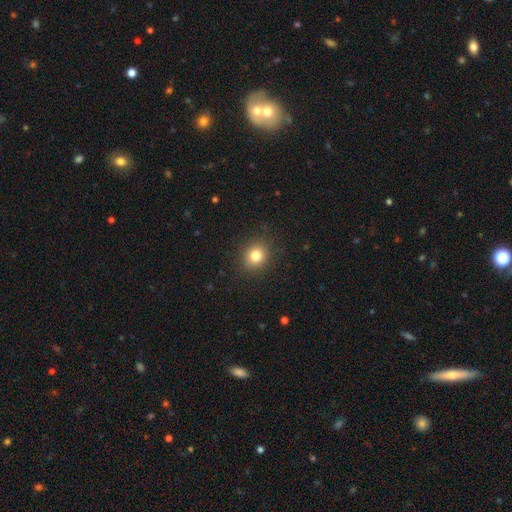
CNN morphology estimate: The model was most divided on "how rounded": round: 79%, in between: 21%, cigar-shaped: 1%. More confident: merging — none (90%); smooth or featured — smooth (81%).